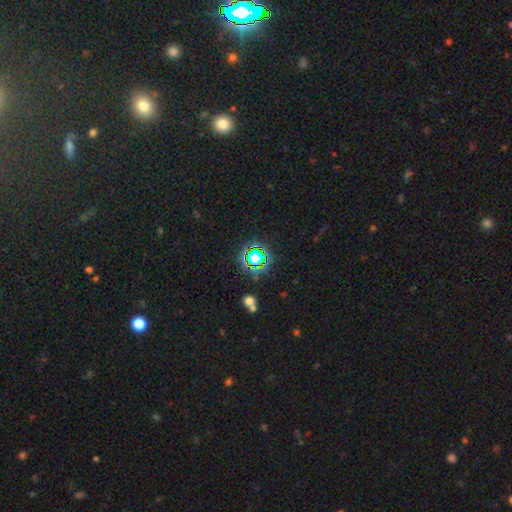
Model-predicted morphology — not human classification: star or artifact 68%, smooth 21%, featured or disk 11%.